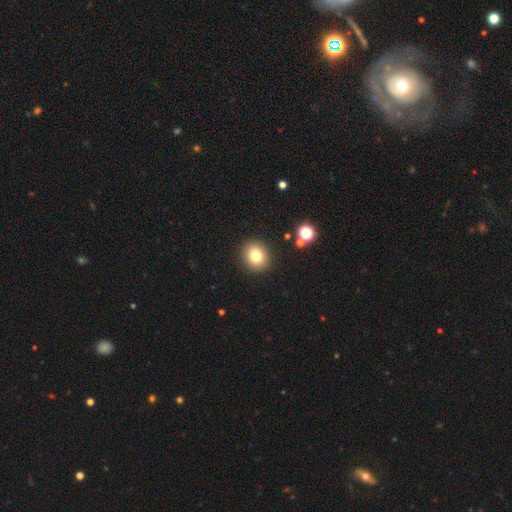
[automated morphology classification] This is clearly a smooth galaxy (81%). How rounded: clearly round (82%). Merging: clearly none (90%).